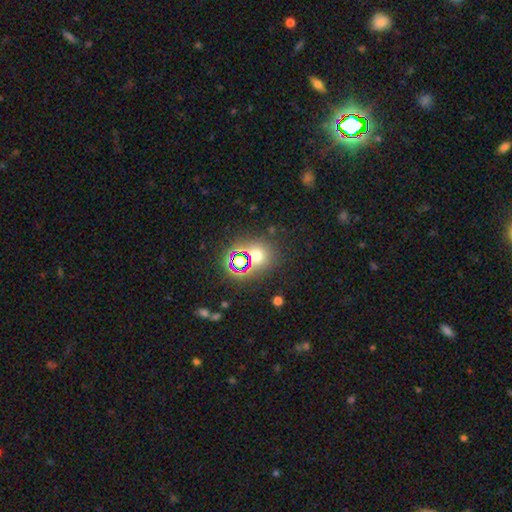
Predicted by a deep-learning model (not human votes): A smooth galaxy with no disk features (51%) that is round (82%).

Vote fractions:
- Smooth or featured? smooth: 51% / star or artifact: 39% / featured or disk: 10%
- How rounded? round: 82% / in between: 16% / cigar-shaped: 1%
- Merging? none: 74% / minor disturbance: 11% / merger: 9% / major disturbance: 6%